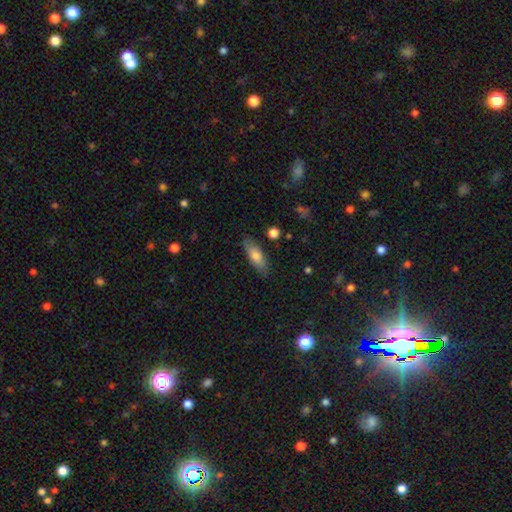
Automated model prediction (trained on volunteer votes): smooth_or_featured: smooth (p=0.75) [alt: featured or disk p=0.18]
how_rounded: in between (p=0.63) [alt: cigar-shaped p=0.34]
merging: none (p=0.82) [alt: minor disturbance p=0.13]